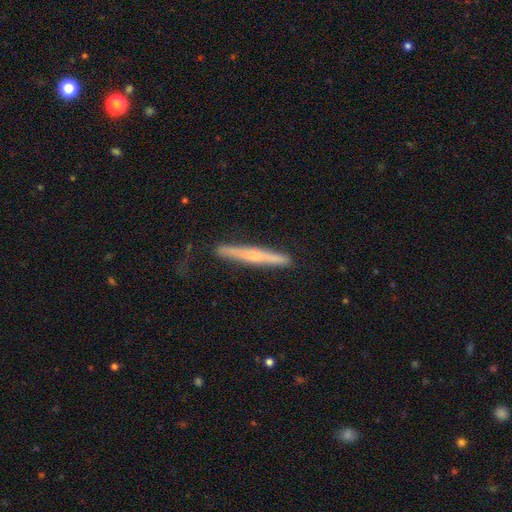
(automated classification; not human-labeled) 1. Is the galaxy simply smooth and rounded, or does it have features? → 54% featured or disk, 39% smooth, 6% star or artifact.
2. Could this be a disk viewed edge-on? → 96% yes, 4% no.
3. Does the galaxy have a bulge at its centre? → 51% rounded, 43% none, 6% boxy.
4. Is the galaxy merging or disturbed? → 82% none, 14% minor disturbance, 3% major disturbance, 1% merger.